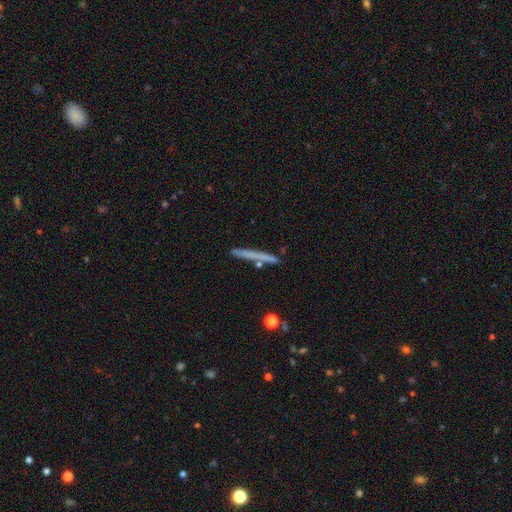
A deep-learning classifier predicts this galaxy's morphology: This is possibly a smooth galaxy (54%). How rounded: clearly cigar-shaped (96%). Merging: clearly none (85%).